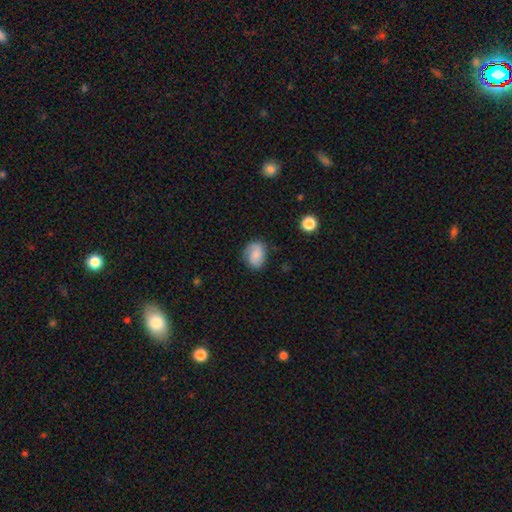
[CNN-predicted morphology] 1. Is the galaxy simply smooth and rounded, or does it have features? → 68% smooth, 23% featured or disk, 9% star or artifact.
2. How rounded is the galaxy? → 60% in between, 38% round, 1% cigar-shaped.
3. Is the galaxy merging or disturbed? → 72% none, 21% minor disturbance, 6% major disturbance, 2% merger.